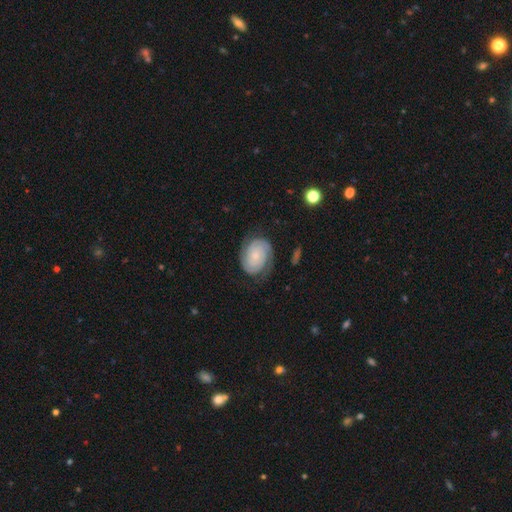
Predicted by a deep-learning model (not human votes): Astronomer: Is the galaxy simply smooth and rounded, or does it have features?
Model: featured or disk — 84%.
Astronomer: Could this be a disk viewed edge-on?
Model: no — 98%.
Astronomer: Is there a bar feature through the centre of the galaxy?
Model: no — 75%.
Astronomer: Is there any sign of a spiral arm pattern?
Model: yes — 97%.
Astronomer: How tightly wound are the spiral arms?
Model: tight — 73%.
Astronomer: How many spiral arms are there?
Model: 2 — 78%.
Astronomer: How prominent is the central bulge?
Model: small — 73%.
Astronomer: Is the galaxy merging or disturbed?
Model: none — 76%.